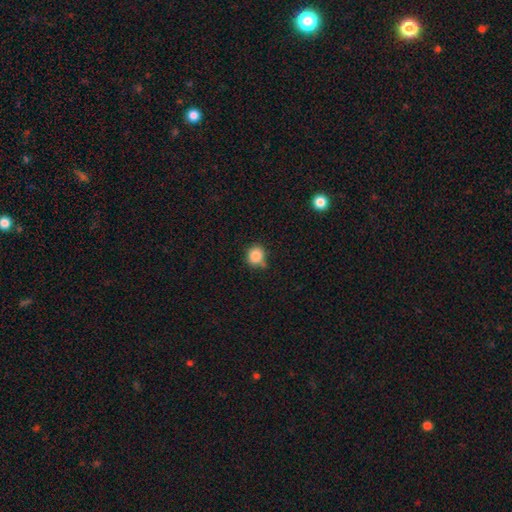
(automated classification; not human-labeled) Q: Smooth or featured?
A: smooth (85%); runner-up: star or artifact (10%)
Q: How rounded?
A: round (87%); runner-up: in between (12%)
Q: Merging?
A: none (67%); runner-up: minor disturbance (22%)